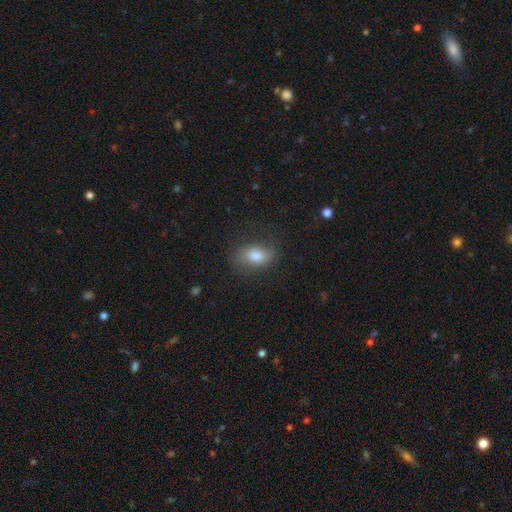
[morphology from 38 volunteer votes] smooth 79%, featured or disk 18%, star or artifact 3%. Down the decision tree: how rounded — in between (80%); merging — none (62%).